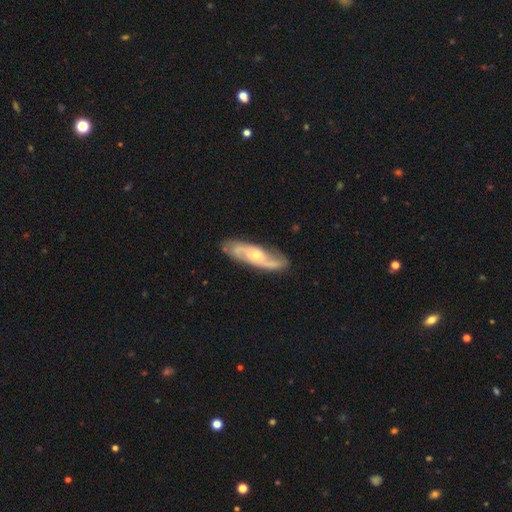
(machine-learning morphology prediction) The model was most divided on "bulge size": small: 52%, moderate: 43%, large: 2%, none: 2%, dominant: 1%. Remaining: spiral arms — yes (94%); edge-on disk — no (86%); smooth or featured — featured or disk (79%); merging — none (78%); spiral arm count — 2 (77%); bar — no (64%); spiral winding — medium (48%).